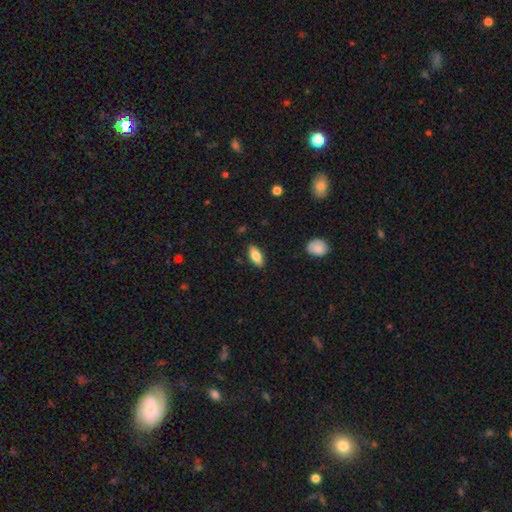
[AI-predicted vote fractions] This appears to be a smooth galaxy with no disk features (79%) that is in between round and cigar-shaped (83%). Merging: none (86%).